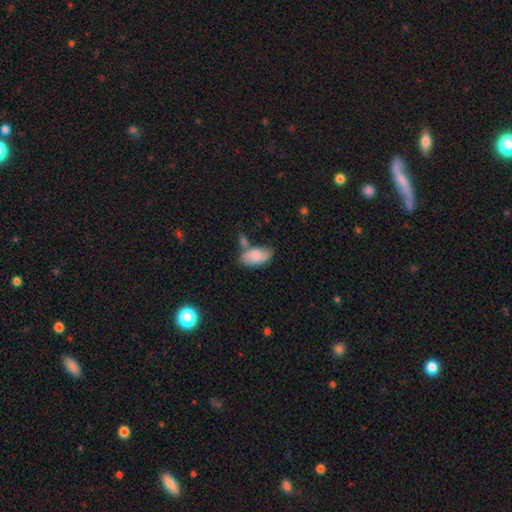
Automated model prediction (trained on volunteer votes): Smooth or featured?
  - smooth: 74% *
  - featured or disk: 19%
  - star or artifact: 7%
How rounded?
  - in between: 93% *
  - round: 4%
  - cigar-shaped: 3%
Merging?
  - none: 51% *
  - minor disturbance: 23%
  - merger: 19%
  - major disturbance: 7%